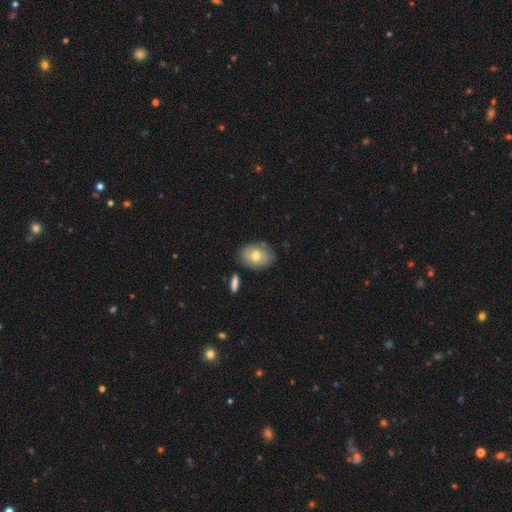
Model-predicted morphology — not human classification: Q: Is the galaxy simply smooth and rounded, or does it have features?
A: smooth — 70%.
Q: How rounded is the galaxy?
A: in between — 71%.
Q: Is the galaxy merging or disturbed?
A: none — 73%.